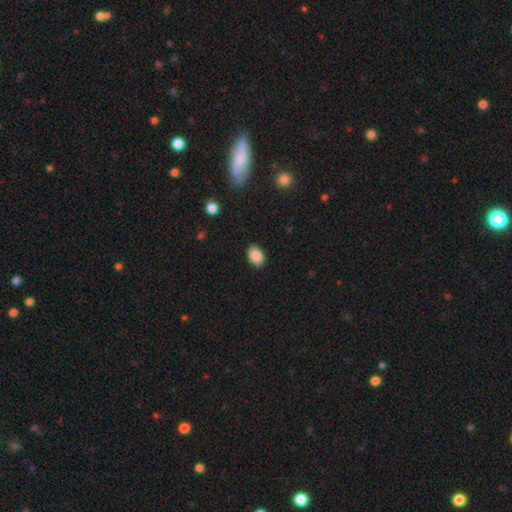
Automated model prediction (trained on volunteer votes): Q: Smooth or featured?
A: smooth (88%); runner-up: star or artifact (8%)
Q: How rounded?
A: in between (82%); runner-up: round (17%)
Q: Merging?
A: none (87%); runner-up: minor disturbance (10%)